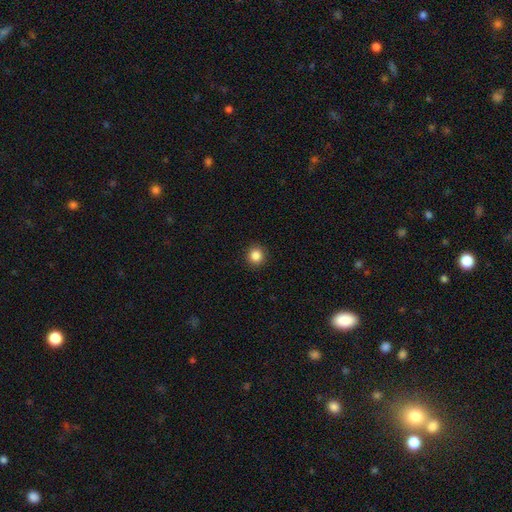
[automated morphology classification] type=smooth (86%); roundness=round (94%); merging=none (92%).